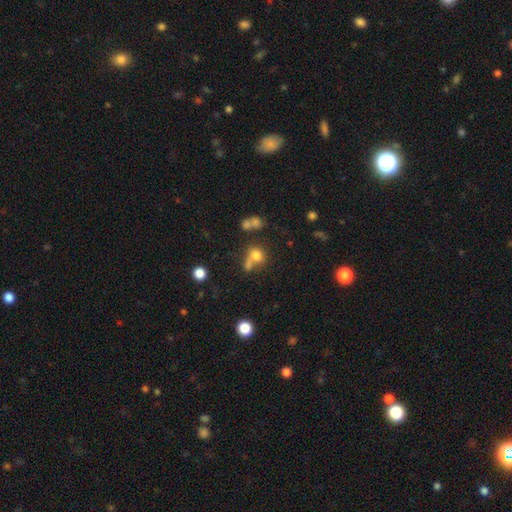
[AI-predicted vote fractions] Smooth or featured? smooth (72%)
How rounded? round (71%)
Merging? none (41%)